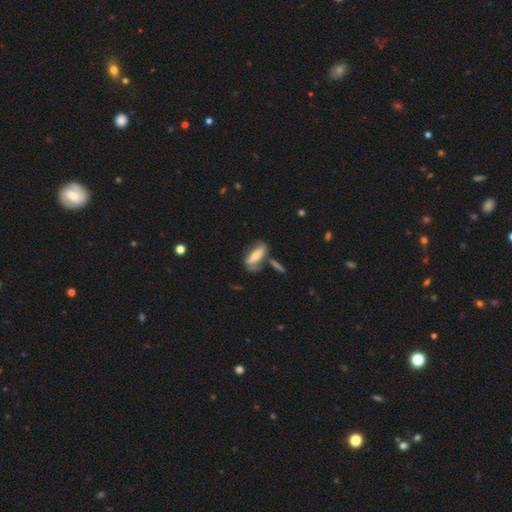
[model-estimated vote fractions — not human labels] smooth 49%, featured or disk 44%, star or artifact 7%. Down the decision tree: merging — none (53%).